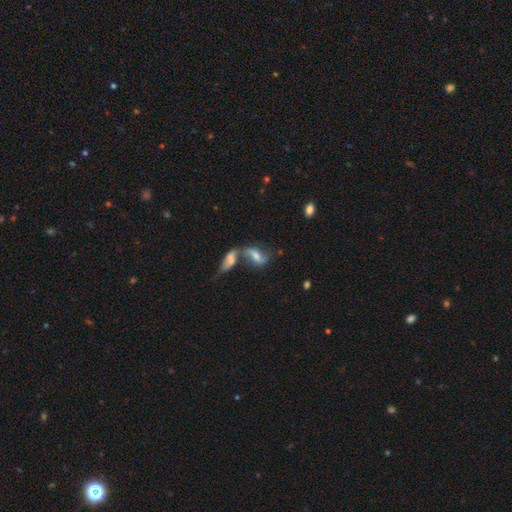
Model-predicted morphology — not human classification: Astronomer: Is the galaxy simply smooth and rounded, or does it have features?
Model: featured or disk — 61%.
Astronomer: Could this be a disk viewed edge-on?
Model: no — 89%.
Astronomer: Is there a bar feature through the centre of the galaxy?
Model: weak — 42% (runner-up: no, 34%).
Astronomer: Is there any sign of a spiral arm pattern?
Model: yes — 82%.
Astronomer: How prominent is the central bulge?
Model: moderate — 44% (runner-up: small, 31%).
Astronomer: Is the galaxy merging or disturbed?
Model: merger — 61%.